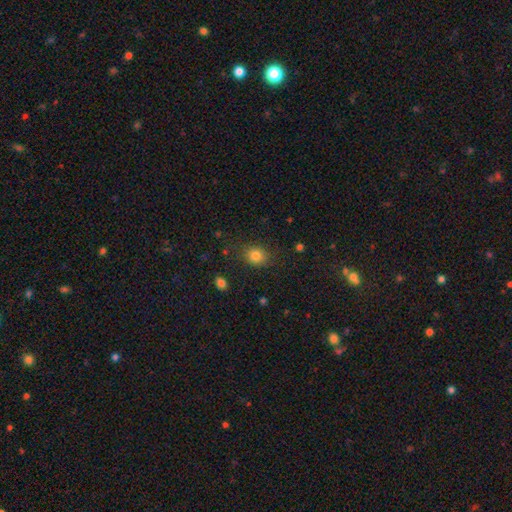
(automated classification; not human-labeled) A smooth galaxy with no disk features (83%) that is round (61%). Merging: none (82%).